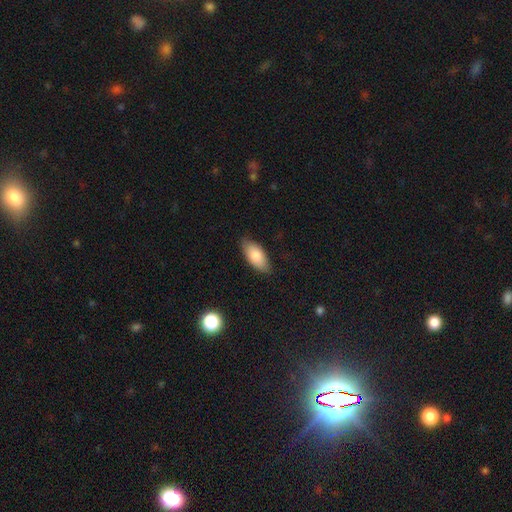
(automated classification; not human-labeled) The model was most divided on "merging": none: 81%, minor disturbance: 15%, major disturbance: 3%, merger: 1%. More confident: how rounded — in between (90%); smooth or featured — smooth (83%).